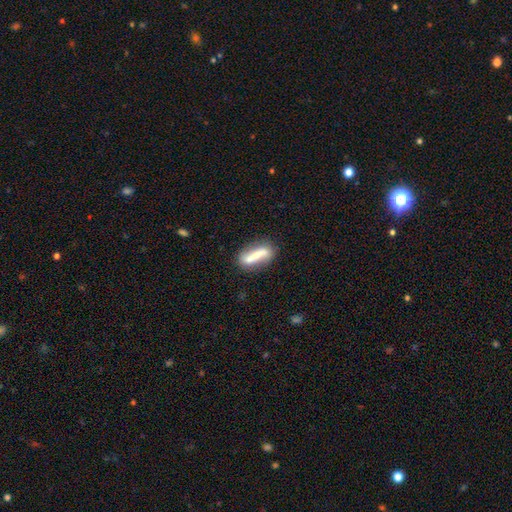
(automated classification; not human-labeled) Morphology: type=smooth (52%); roundness=in between (48%); merging=none (65%).